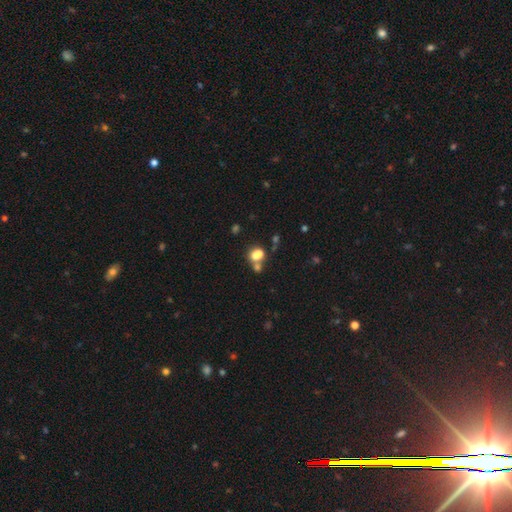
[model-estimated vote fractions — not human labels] A smooth galaxy with no disk features (74%) that is in between round and cigar-shaped (61%).

Vote fractions:
- Smooth or featured? smooth: 74% / star or artifact: 14% / featured or disk: 12%
- How rounded? in between: 61% / round: 38% / cigar-shaped: 2%
- Merging? merger: 44% / none: 40% / minor disturbance: 10% / major disturbance: 6%